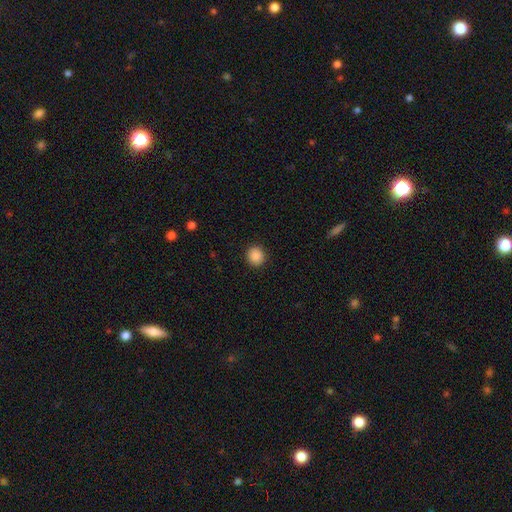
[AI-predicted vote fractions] Smooth or featured?
  - smooth: 88% *
  - star or artifact: 9%
  - featured or disk: 3%
How rounded?
  - round: 89% *
  - in between: 10%
  - cigar-shaped: 1%
Merging?
  - none: 92% *
  - minor disturbance: 5%
  - major disturbance: 2%
  - merger: 1%